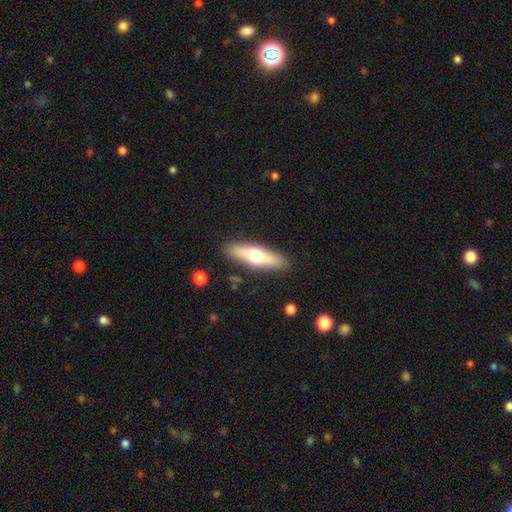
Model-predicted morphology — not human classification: Smooth or featured? Predicted: smooth (p=0.55). How rounded? Predicted: cigar-shaped (p=0.59). Merging? Predicted: none (p=0.88).